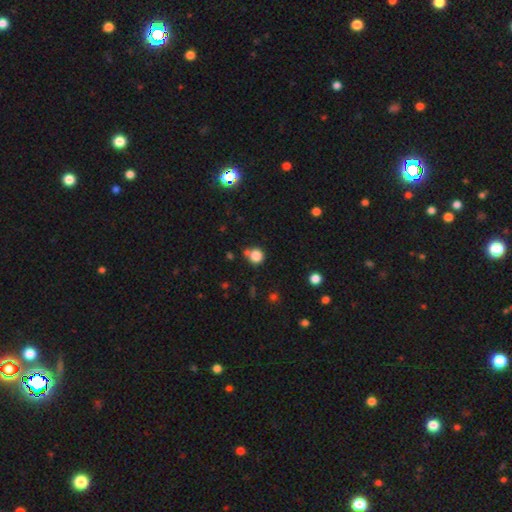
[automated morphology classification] This is clearly a smooth galaxy (82%). How rounded: clearly round (91%). Merging: likely none (68%).